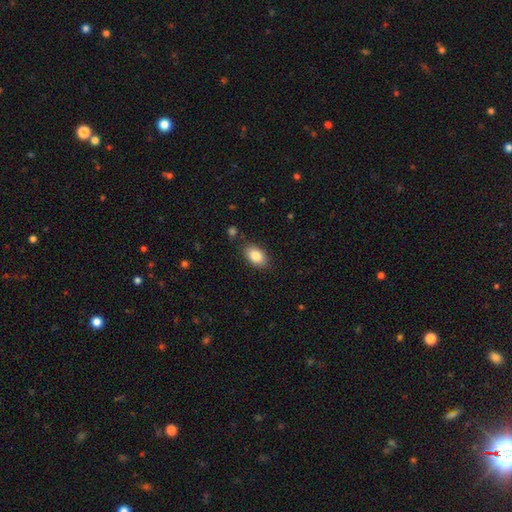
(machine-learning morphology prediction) type=smooth (85%); roundness=in between (91%); merging=none (84%).